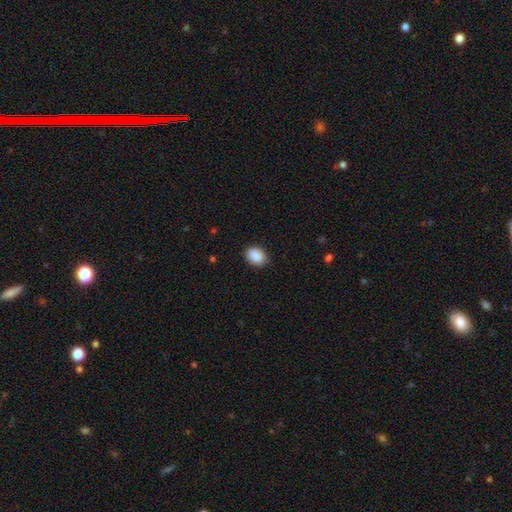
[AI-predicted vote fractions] The model was most divided on "how rounded": in between: 72%, round: 27%, cigar-shaped: 1%. More confident: smooth or featured — smooth (90%); merging — none (86%).